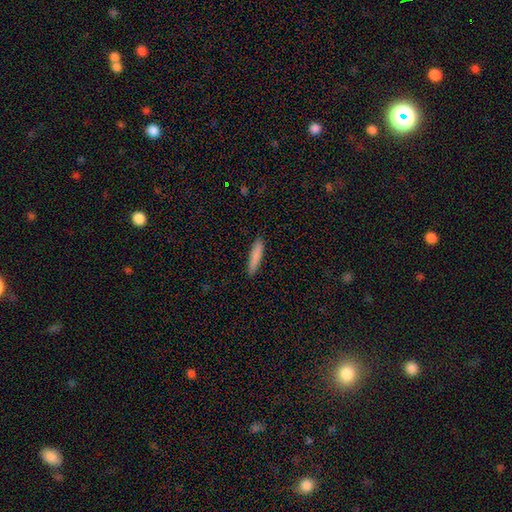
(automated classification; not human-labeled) Smooth or featured? smooth (85%)
How rounded? cigar-shaped (88%)
Merging? none (90%)